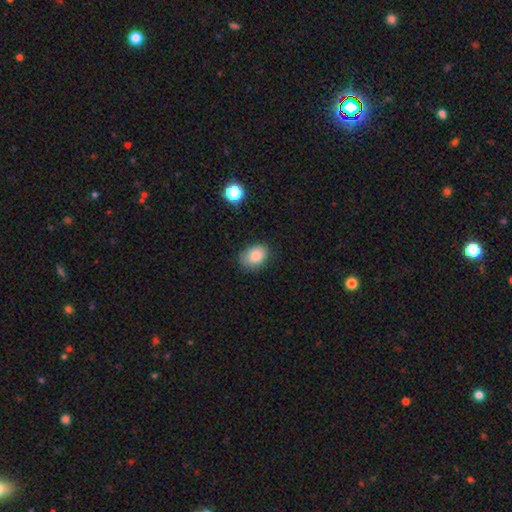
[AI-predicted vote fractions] smooth 86%, star or artifact 9%, featured or disk 6%. Down the decision tree: how rounded — in between (74%); merging — none (74%).